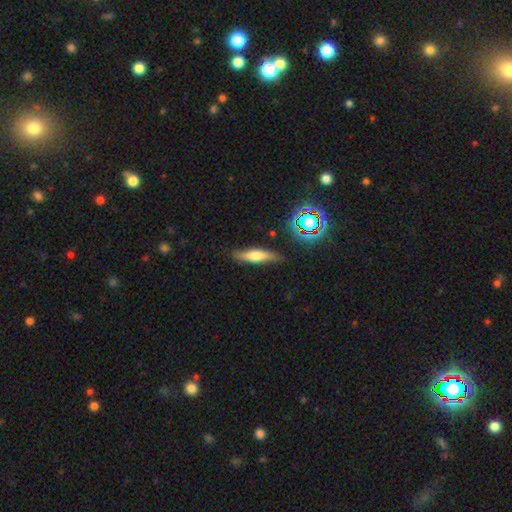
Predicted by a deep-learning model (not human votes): Smooth or featured? smooth (53%)
How rounded? cigar-shaped (72%)
Merging? none (81%)